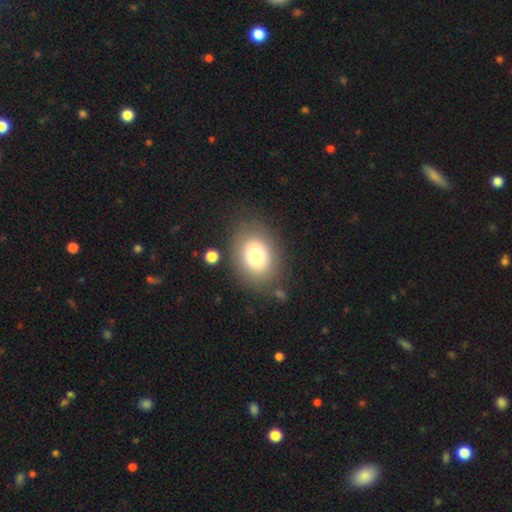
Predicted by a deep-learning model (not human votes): This appears to be a smooth galaxy with no disk features (74%) that is in between round and cigar-shaped (59%). Merging: none (77%).